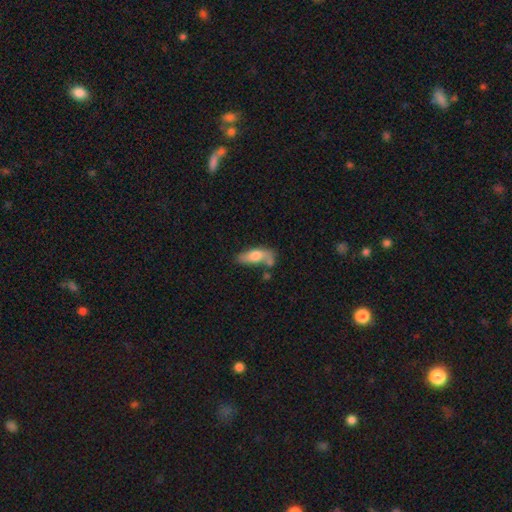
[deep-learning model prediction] This is likely a smooth galaxy (65%). How rounded: likely in between (70%). Merging: marginally none (40%).